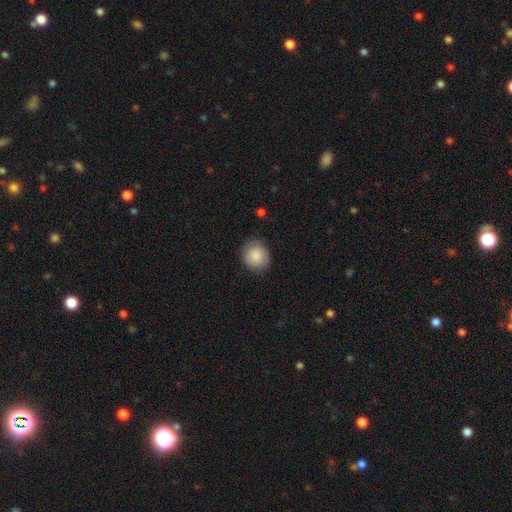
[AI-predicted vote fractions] Smooth or featured? smooth (86%)
How rounded? round (84%)
Merging? none (84%)